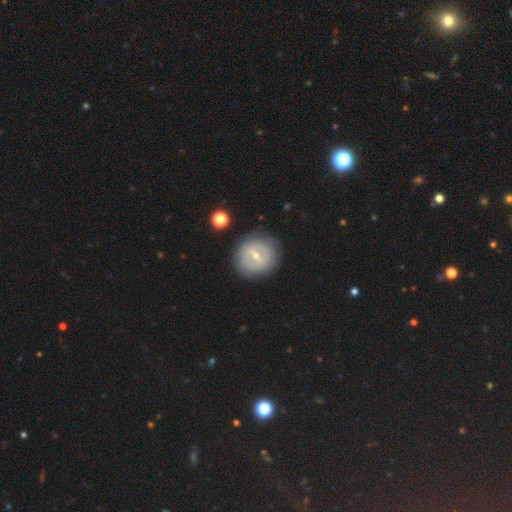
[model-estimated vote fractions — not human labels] A featured or disk galaxy (61%) with a weak bar (48%), no spiral arms (61%) and a small central bulge (54%). Merging: none (80%).